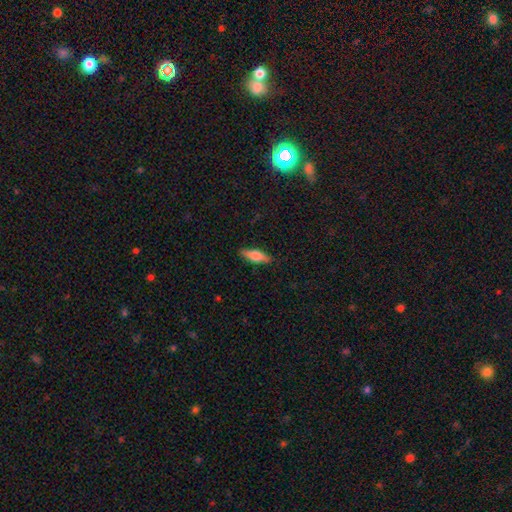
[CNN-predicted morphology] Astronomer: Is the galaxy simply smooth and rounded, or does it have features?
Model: smooth — 66%.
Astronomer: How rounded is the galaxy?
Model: in between — 56% (runner-up: cigar-shaped, 42%).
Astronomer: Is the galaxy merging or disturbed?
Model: none — 87%.